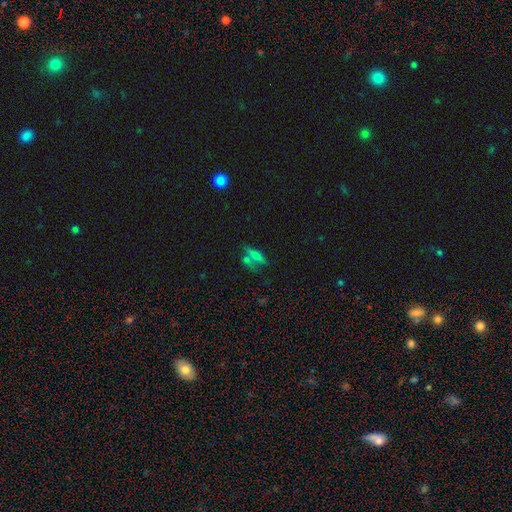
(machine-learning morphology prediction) smooth_or_featured: smooth (p=0.52) [alt: featured or disk p=0.30]
how_rounded: in between (p=0.49) [alt: cigar-shaped p=0.43]
merging: none (p=0.50) [alt: merger p=0.29]